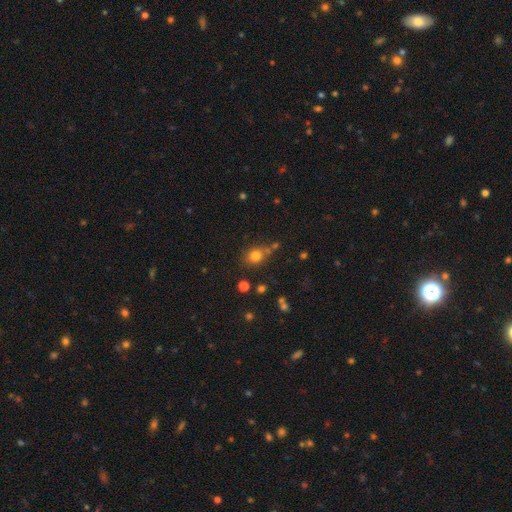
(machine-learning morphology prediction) smooth-or-featured: smooth: 79% | star or artifact: 14% | featured or disk: 8%
  how-rounded: round: 69% | in between: 30% | cigar-shaped: 1%
  merging: none: 67% | minor disturbance: 15% | merger: 12% | major disturbance: 5%